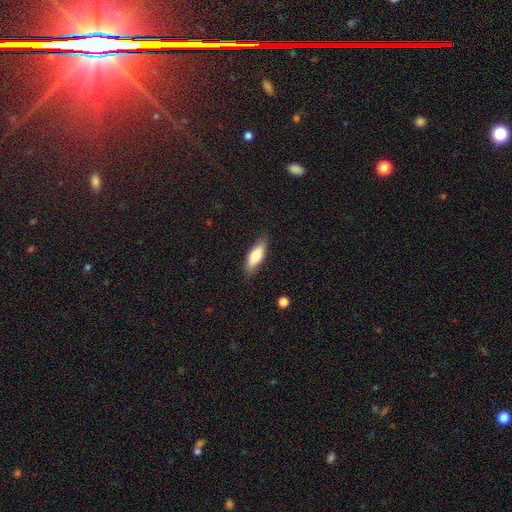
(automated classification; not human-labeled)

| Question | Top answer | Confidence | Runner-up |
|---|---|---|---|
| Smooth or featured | smooth | 71% | featured or disk (23%) |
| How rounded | in between | 58% | cigar-shaped (40%) |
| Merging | none | 84% | minor disturbance (12%) |